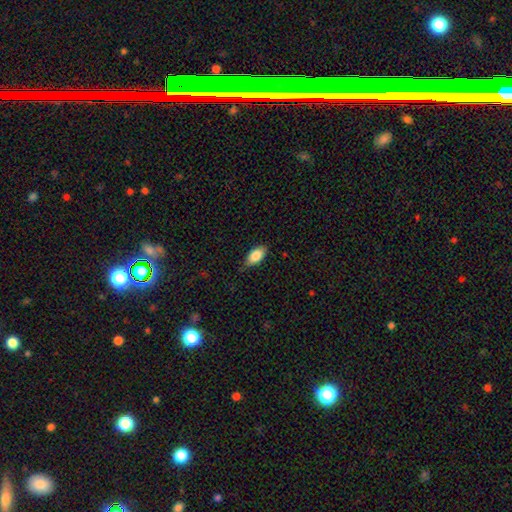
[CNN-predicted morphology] Smooth or featured?
  - smooth: 83% *
  - featured or disk: 10%
  - star or artifact: 7%
How rounded?
  - in between: 91% *
  - cigar-shaped: 6%
  - round: 3%
Merging?
  - none: 78% *
  - minor disturbance: 18%
  - major disturbance: 3%
  - merger: 1%